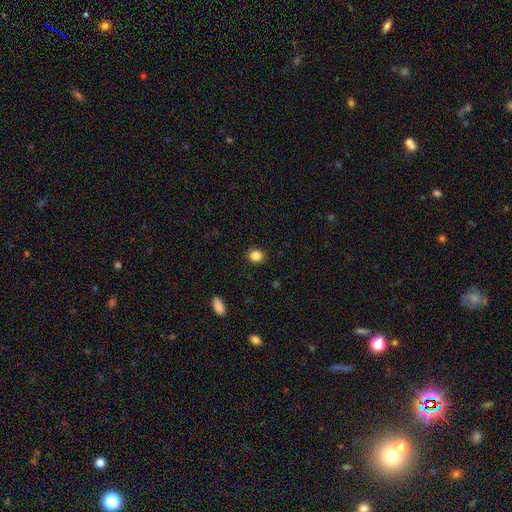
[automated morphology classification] Smooth or featured?
  - smooth: 84% *
  - star or artifact: 11%
  - featured or disk: 5%
How rounded?
  - round: 71% *
  - in between: 28%
  - cigar-shaped: 1%
Merging?
  - none: 91% *
  - minor disturbance: 6%
  - major disturbance: 2%
  - merger: 1%